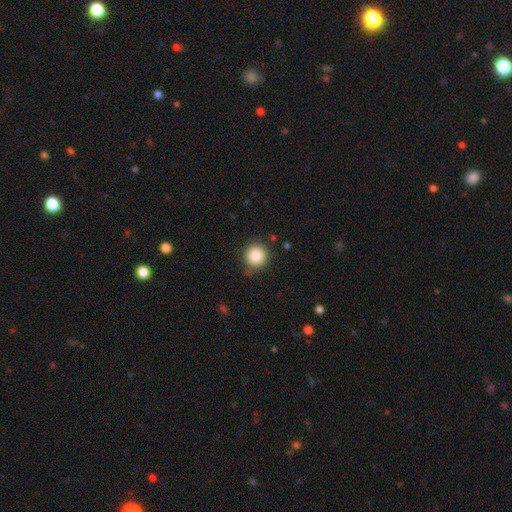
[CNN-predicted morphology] type=smooth (87%); roundness=round (93%); merging=none (81%).